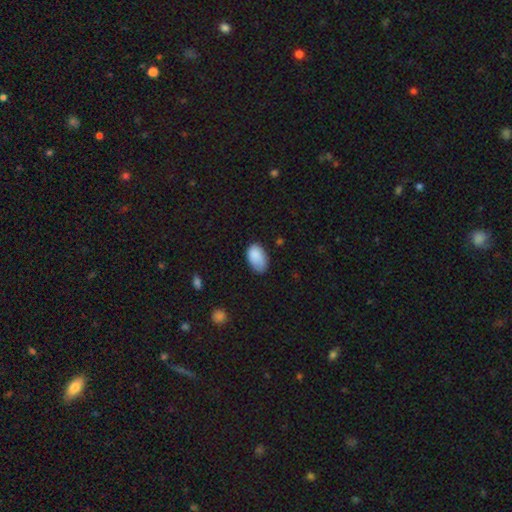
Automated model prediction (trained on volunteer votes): A smooth galaxy with no disk features (87%) that is in between round and cigar-shaped (92%).

Vote fractions:
- Smooth or featured? smooth: 87% / star or artifact: 7% / featured or disk: 6%
- How rounded? in between: 92% / round: 7% / cigar-shaped: 1%
- Merging? none: 62% / minor disturbance: 30% / major disturbance: 6% / merger: 2%